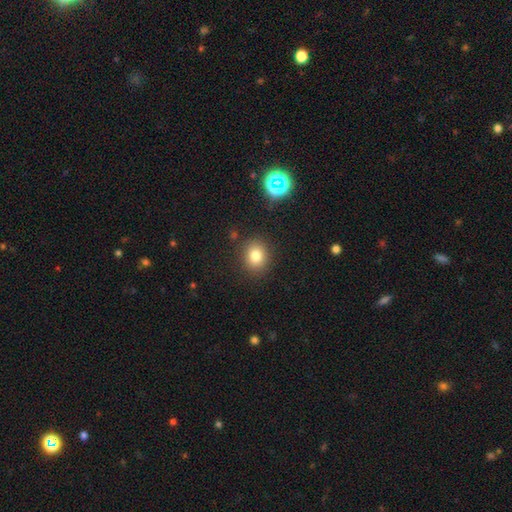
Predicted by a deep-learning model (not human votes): smooth_or_featured: smooth (p=0.79) [alt: star or artifact p=0.14]
how_rounded: round (p=0.68) [alt: in between p=0.31]
merging: none (p=0.86) [alt: minor disturbance p=0.09]